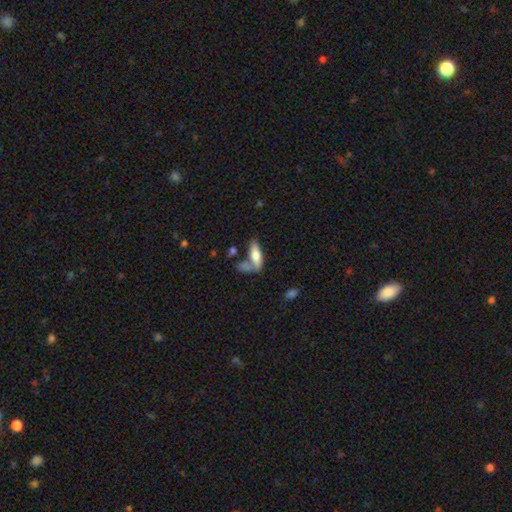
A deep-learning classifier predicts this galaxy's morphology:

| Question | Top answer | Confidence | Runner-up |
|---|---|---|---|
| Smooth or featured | smooth | 66% | featured or disk (27%) |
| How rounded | in between | 56% | cigar-shaped (42%) |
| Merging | none | 48% | merger (27%) |